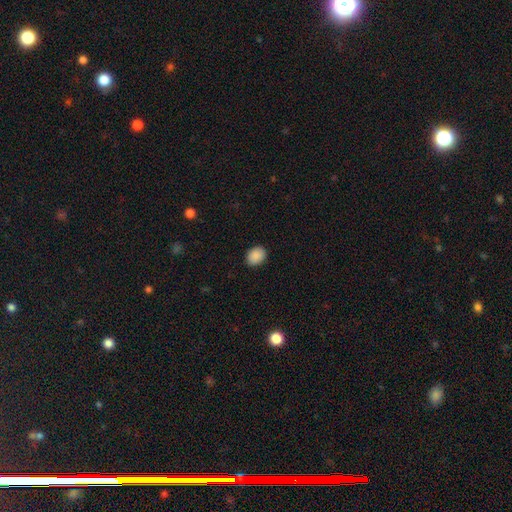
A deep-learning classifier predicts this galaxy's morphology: type=smooth (90%); roundness=in between (61%); merging=none (89%).